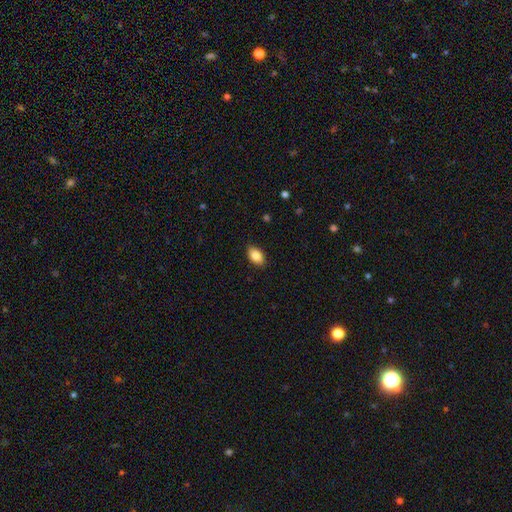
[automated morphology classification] A smooth galaxy with no disk features (86%) that is in between round and cigar-shaped (90%).

Vote fractions:
- Smooth or featured? smooth: 86% / star or artifact: 8% / featured or disk: 6%
- How rounded? in between: 90% / round: 8% / cigar-shaped: 2%
- Merging? none: 87% / minor disturbance: 10% / major disturbance: 2% / merger: 1%